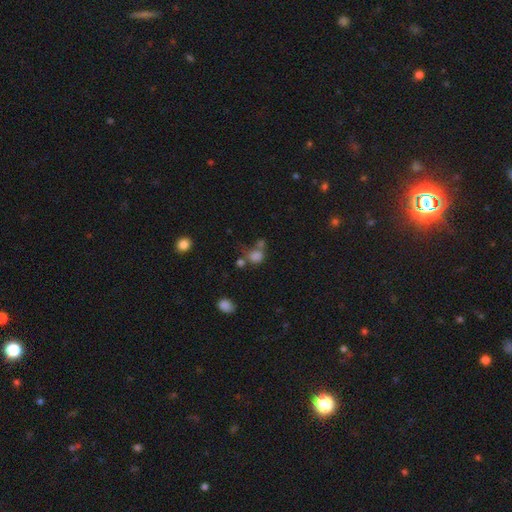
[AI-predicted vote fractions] smooth_or_featured: smooth (p=0.76) [alt: star or artifact p=0.15]
how_rounded: round (p=0.69) [alt: in between p=0.29]
merging: merger (p=0.37) [tied with: none p=0.37]